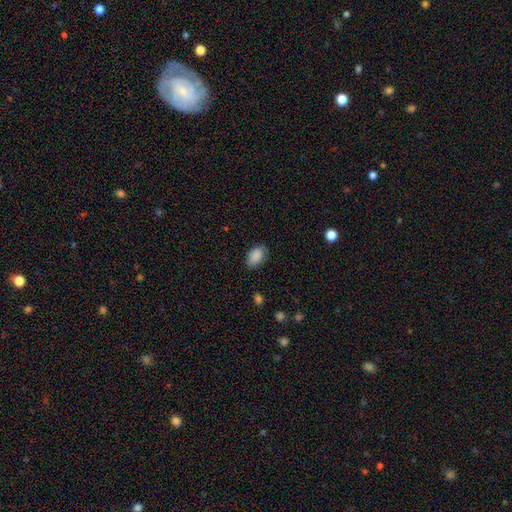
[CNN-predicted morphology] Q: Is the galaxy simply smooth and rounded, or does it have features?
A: smooth — 88%.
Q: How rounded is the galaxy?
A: in between — 91%.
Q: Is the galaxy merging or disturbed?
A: none — 76%.